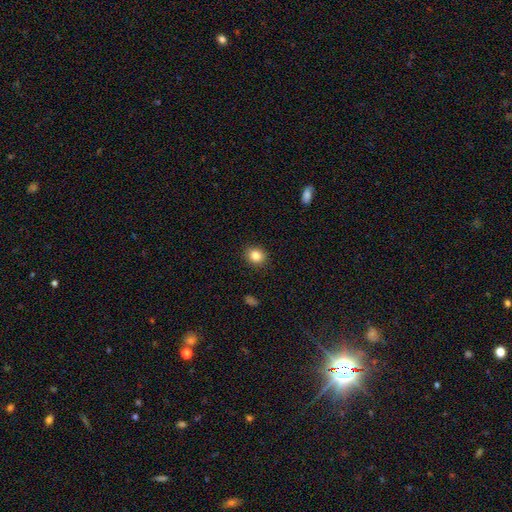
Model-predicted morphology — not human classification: Q: Smooth or featured?
A: smooth (84%); runner-up: star or artifact (10%)
Q: How rounded?
A: round (69%); runner-up: in between (30%)
Q: Merging?
A: none (90%); runner-up: minor disturbance (7%)